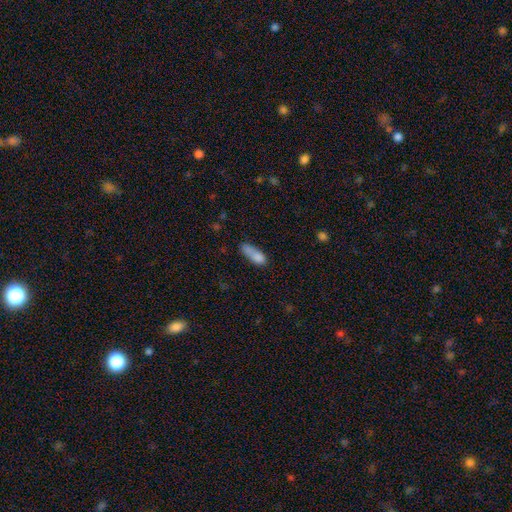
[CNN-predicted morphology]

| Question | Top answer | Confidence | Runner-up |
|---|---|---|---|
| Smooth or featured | smooth | 79% | featured or disk (12%) |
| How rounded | in between | 63% | cigar-shaped (33%) |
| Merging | none | 38% | minor disturbance (26%) |